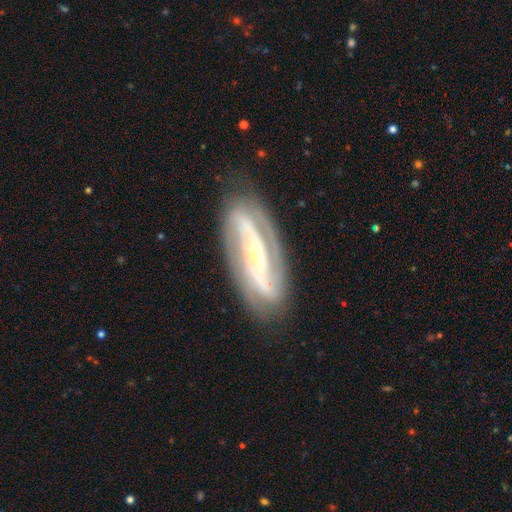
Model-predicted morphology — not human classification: The model was most divided on "spiral winding": tight: 42%, medium: 41%, loose: 18%. Remaining: spiral arms — yes (95%); edge-on disk — no (91%); smooth or featured — featured or disk (87%); merging — none (81%); spiral arm count — 2 (79%); bulge size — small (72%); bar — strong (45%).